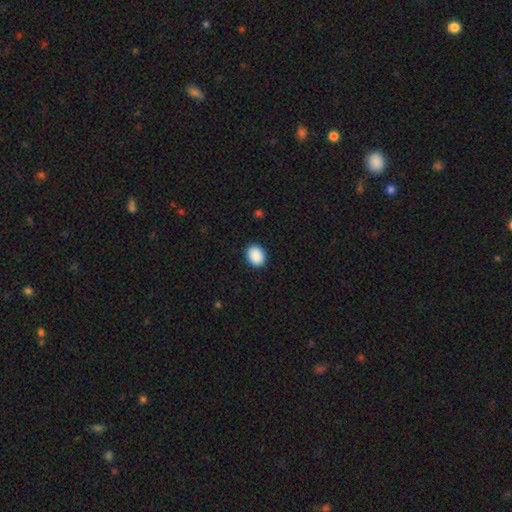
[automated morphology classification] Overall: smooth (91%). How rounded: in between (54%; round 45%). Merging: none (91%).